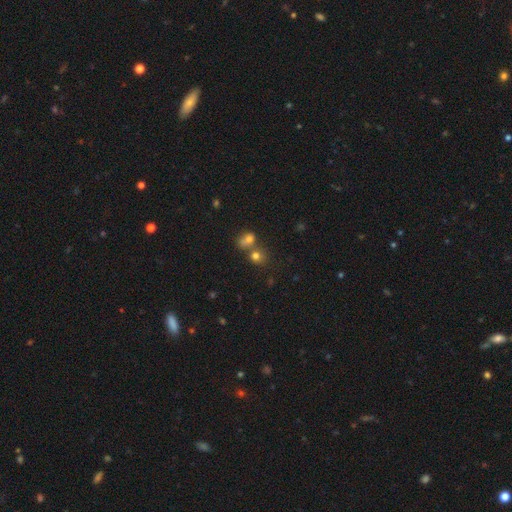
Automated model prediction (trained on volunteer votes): The model was most divided on "merging": none: 45%, merger: 43%, minor disturbance: 8%, major disturbance: 4%. More confident: how rounded — round (75%); smooth or featured — smooth (74%).